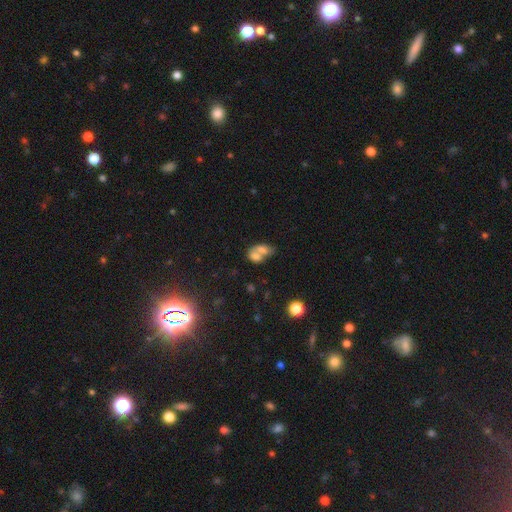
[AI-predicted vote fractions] A smooth galaxy with no disk features (66%) that is in between round and cigar-shaped (78%). Merging: merger (70%).